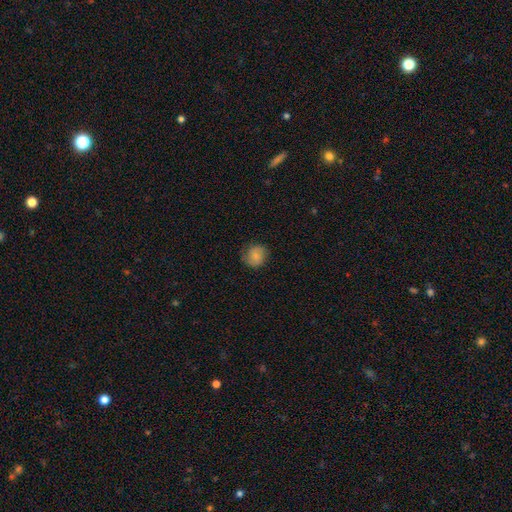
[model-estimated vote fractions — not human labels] Morphology: type=smooth (76%); roundness=round (82%); merging=none (75%).